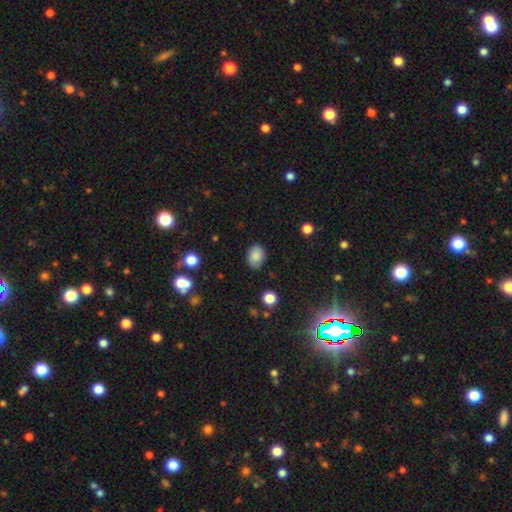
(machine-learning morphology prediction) Smooth or featured? Predicted: smooth (p=0.86). How rounded? Predicted: in between (p=0.73). Merging? Predicted: none (p=0.82).